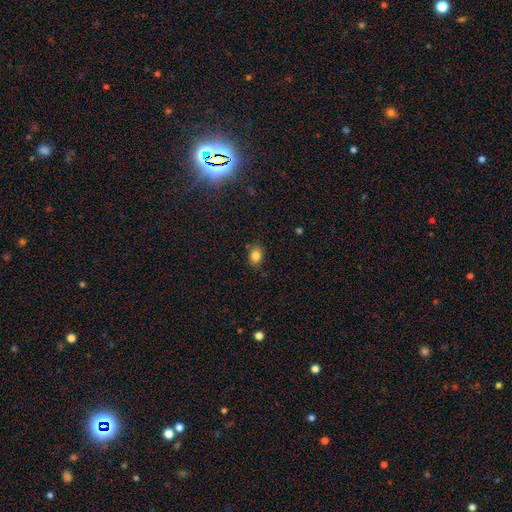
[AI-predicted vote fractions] smooth-or-featured: smooth: 84% | star or artifact: 10% | featured or disk: 6%
  how-rounded: in between: 73% | round: 26% | cigar-shaped: 1%
  merging: none: 84% | minor disturbance: 12% | major disturbance: 3% | merger: 2%